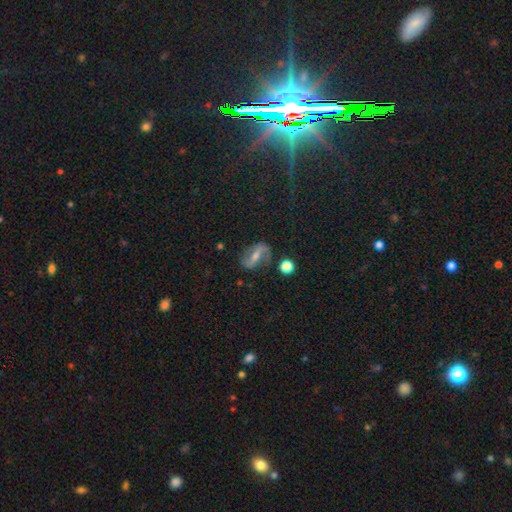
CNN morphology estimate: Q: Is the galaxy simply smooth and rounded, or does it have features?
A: featured or disk — 70%.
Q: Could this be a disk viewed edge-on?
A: no — 92%.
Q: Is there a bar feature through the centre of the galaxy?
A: strong — 51%.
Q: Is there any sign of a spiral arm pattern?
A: yes — 82%.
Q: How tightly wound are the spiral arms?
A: loose — 47%.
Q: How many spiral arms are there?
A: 2 — 90%.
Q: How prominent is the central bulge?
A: moderate — 57%.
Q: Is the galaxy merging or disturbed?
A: none — 79%.